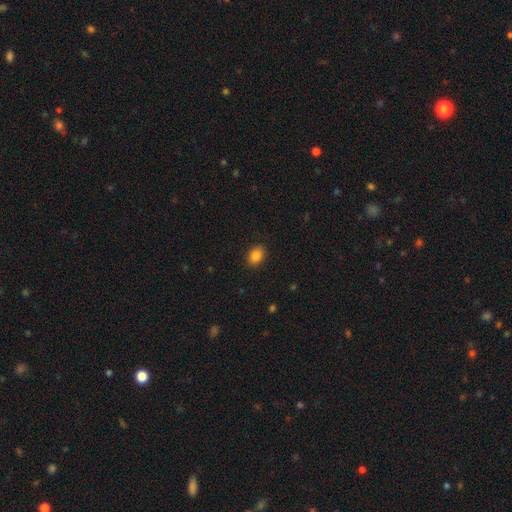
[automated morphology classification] Smooth or featured?
  - smooth: 86% *
  - star or artifact: 9%
  - featured or disk: 5%
How rounded?
  - in between: 73% *
  - round: 25%
  - cigar-shaped: 1%
Merging?
  - none: 89% *
  - minor disturbance: 8%
  - major disturbance: 2%
  - merger: 1%